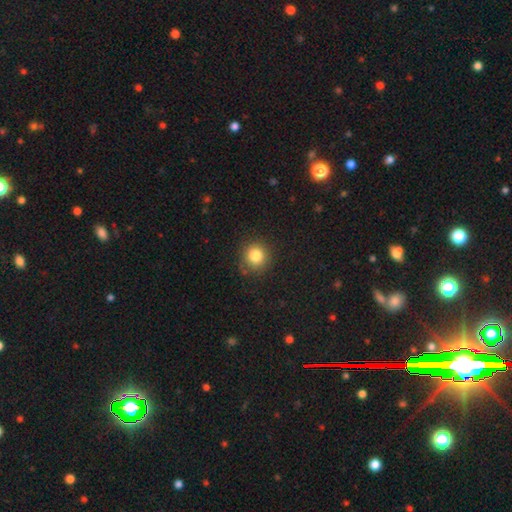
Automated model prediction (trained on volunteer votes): smooth_or_featured: smooth (p=0.83) [alt: star or artifact p=0.11]
how_rounded: round (p=0.92) [alt: in between p=0.07]
merging: none (p=0.87) [alt: minor disturbance p=0.09]